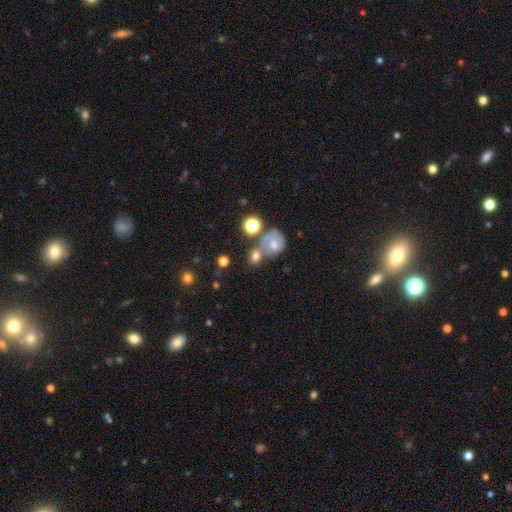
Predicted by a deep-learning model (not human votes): smooth_or_featured: smooth (p=0.65) [alt: featured or disk p=0.21]
how_rounded: round (p=0.76) [alt: in between p=0.23]
merging: none (p=0.44) [alt: merger p=0.36]